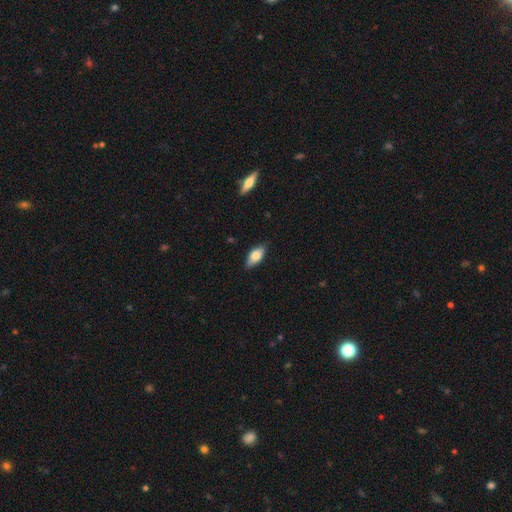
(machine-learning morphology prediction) The model was most divided on "smooth or featured": smooth: 76%, featured or disk: 18%, star or artifact: 6%. More confident: how rounded — in between (88%); merging — none (86%).